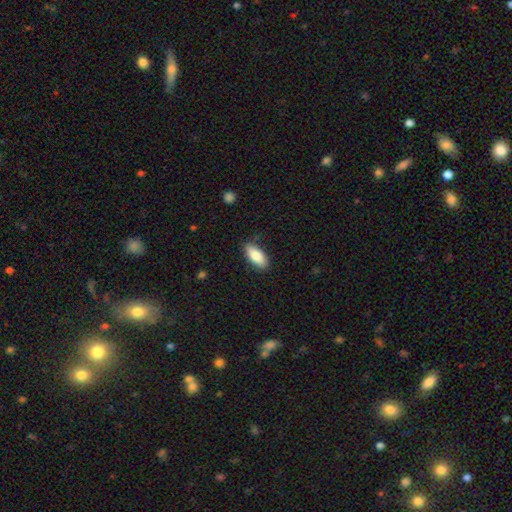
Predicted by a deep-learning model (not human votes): Morphology: type=smooth (84%); roundness=in between (86%); merging=none (84%).